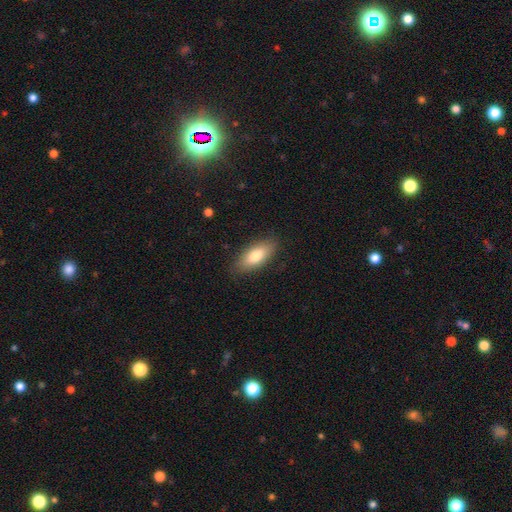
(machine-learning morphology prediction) Smooth or featured?
  - smooth: 80% *
  - featured or disk: 14%
  - star or artifact: 6%
How rounded?
  - in between: 83% *
  - cigar-shaped: 15%
  - round: 3%
Merging?
  - none: 85% *
  - minor disturbance: 11%
  - major disturbance: 3%
  - merger: 1%